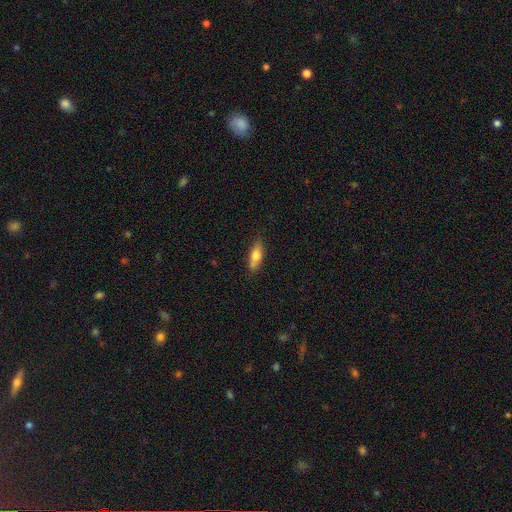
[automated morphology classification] type=smooth (68%); roundness=in between (54%); merging=none (77%).